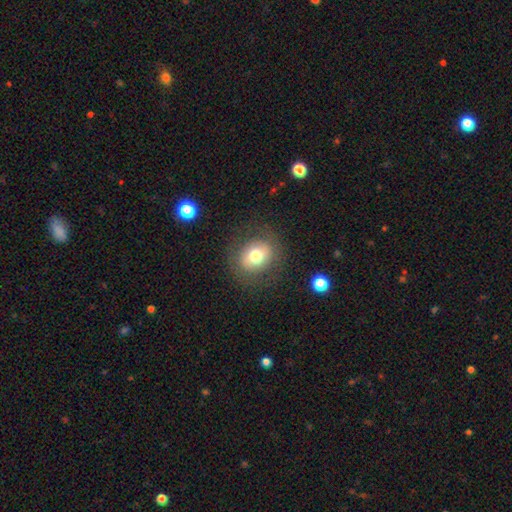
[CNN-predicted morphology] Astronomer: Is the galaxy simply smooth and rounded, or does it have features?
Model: smooth — 70%.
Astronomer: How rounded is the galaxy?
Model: round — 68%.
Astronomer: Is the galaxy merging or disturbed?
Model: none — 84%.